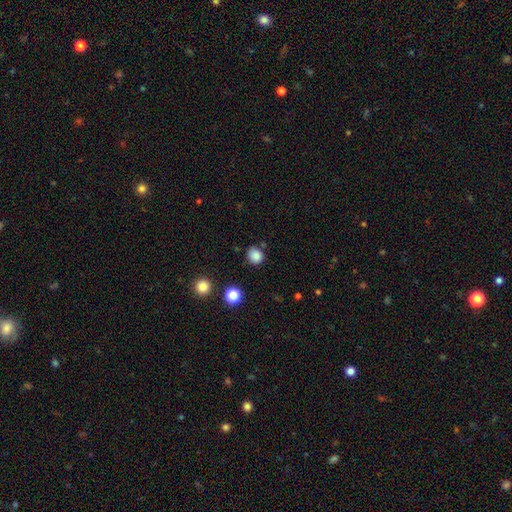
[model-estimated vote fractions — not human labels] Morphology: type=smooth (84%); roundness=round (78%); merging=none (76%).